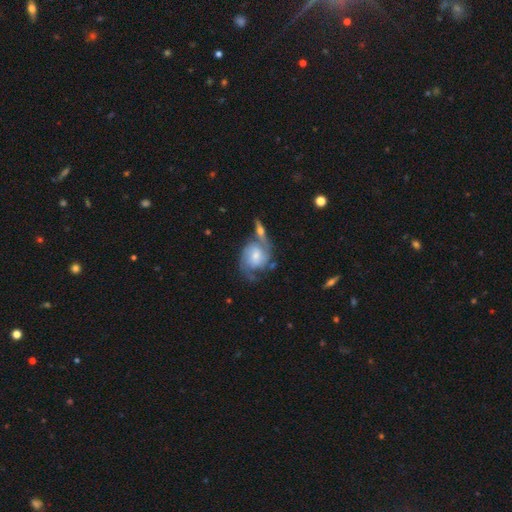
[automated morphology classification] smooth_or_featured: featured or disk (p=0.73) [alt: smooth p=0.21]
disk_edge_on: no (p=0.97) [alt: yes p=0.03]
bar: no (p=0.53) [alt: weak p=0.39]
has_spiral_arms: yes (p=0.91) [alt: no p=0.09]
spiral_winding: medium (p=0.46) [alt: tight p=0.36]
spiral_arm_count: 2 (p=0.64) [alt: can't tell p=0.18]
bulge_size: small (p=0.43) [alt: moderate p=0.41]
merging: none (p=0.39) [alt: merger p=0.30]